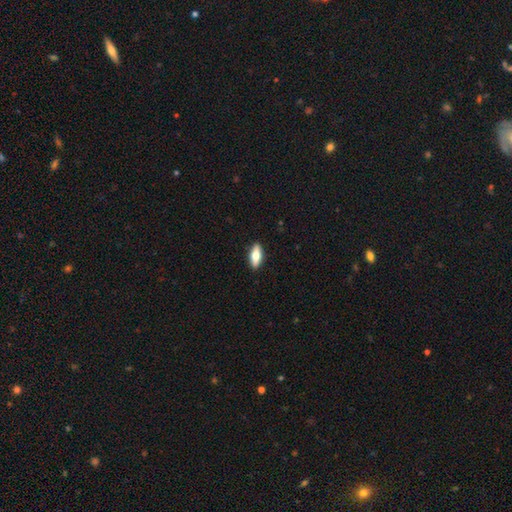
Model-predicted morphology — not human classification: Q: Smooth or featured?
A: smooth (65%); runner-up: featured or disk (29%)
Q: How rounded?
A: in between (73%); runner-up: cigar-shaped (24%)
Q: Merging?
A: none (90%); runner-up: minor disturbance (7%)